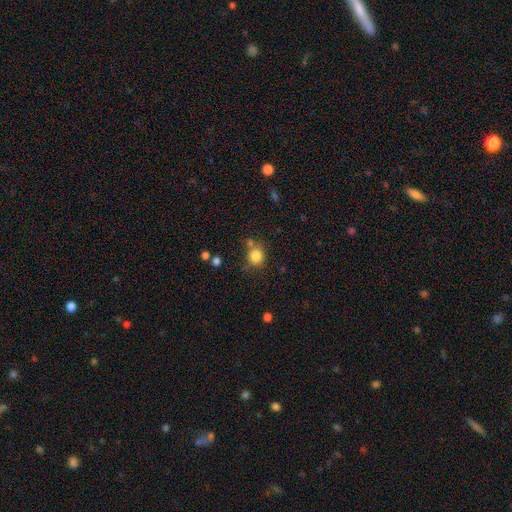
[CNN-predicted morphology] The model was most divided on "merging": none: 67%, merger: 14%, minor disturbance: 14%, major disturbance: 5%. More confident: smooth or featured — smooth (83%); how rounded — round (83%).